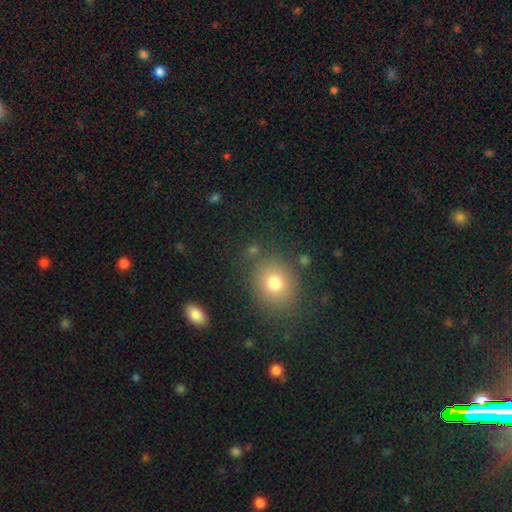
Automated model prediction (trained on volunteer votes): Smooth or featured: smooth — 71% (star or artifact — 18%)
How rounded: round — 68% (in between — 31%)
Merging: none — 84% (minor disturbance — 9%)